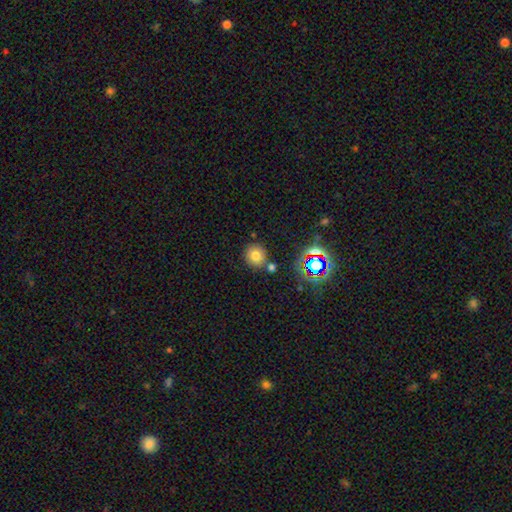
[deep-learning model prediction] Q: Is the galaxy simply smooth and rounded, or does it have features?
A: smooth — 74%.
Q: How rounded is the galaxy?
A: round — 88%.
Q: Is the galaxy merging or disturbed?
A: none — 76%.